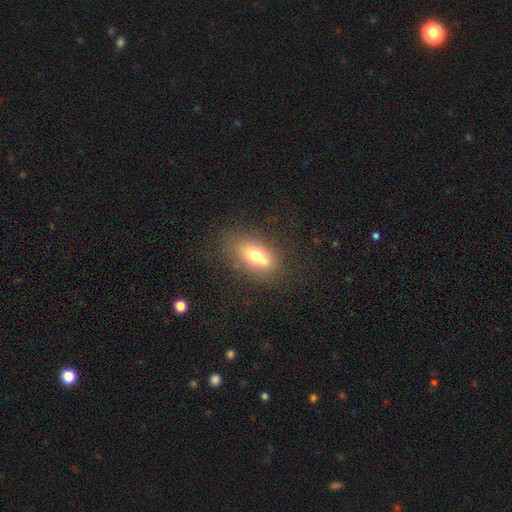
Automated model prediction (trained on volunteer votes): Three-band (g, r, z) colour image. It shows a smooth galaxy with no disk features (64%) that is in between round and cigar-shaped (80%). Merging: none (61%).